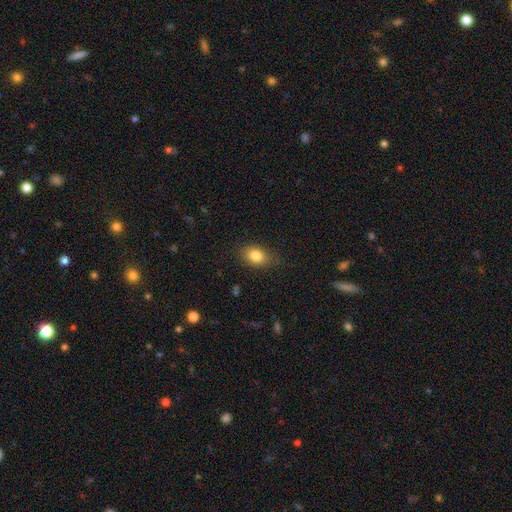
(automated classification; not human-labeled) Q: Smooth or featured?
A: smooth (82%); runner-up: star or artifact (9%)
Q: How rounded?
A: in between (75%); runner-up: round (24%)
Q: Merging?
A: none (79%); runner-up: minor disturbance (16%)